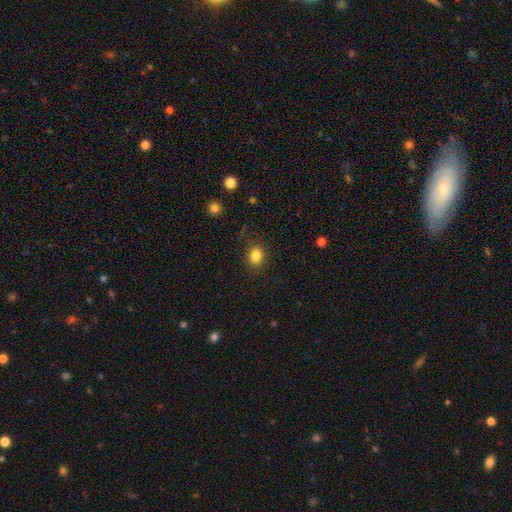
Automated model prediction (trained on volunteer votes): Smooth or featured?
  - smooth: 84% *
  - star or artifact: 11%
  - featured or disk: 5%
How rounded?
  - round: 60% *
  - in between: 39%
  - cigar-shaped: 1%
Merging?
  - none: 87% *
  - minor disturbance: 9%
  - major disturbance: 3%
  - merger: 1%